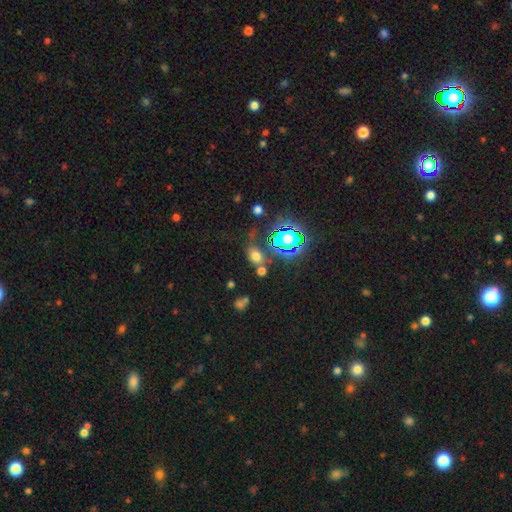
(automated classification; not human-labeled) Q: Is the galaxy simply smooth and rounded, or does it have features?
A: smooth — 61%.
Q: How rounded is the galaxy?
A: in between — 72%.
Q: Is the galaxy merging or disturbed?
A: none — 66%.